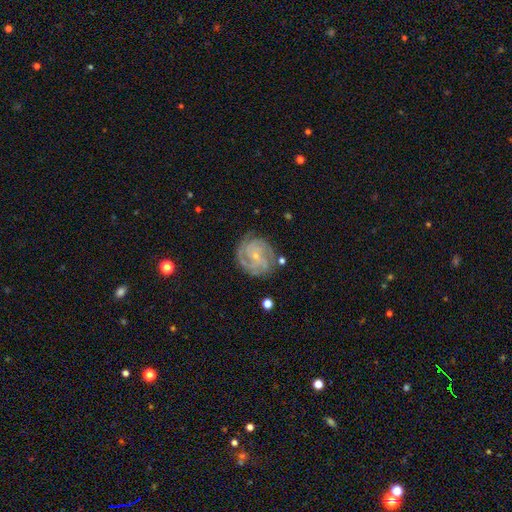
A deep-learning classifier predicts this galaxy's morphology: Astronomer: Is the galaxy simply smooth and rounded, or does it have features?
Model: featured or disk — 87%.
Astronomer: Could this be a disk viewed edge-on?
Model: no — 98%.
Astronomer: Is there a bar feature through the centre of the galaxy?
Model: no — 70%.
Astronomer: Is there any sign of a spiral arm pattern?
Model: yes — 97%.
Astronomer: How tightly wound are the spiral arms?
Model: tight — 70%.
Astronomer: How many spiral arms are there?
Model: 3 — 34% (runner-up: 4, 22%).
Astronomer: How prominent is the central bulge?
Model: small — 82%.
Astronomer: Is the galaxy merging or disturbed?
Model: none — 78%.